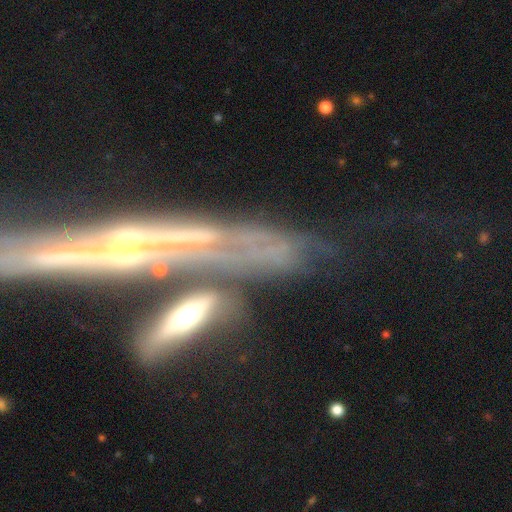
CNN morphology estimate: This is likely a featured or disk galaxy (76%). It is likely viewed edge-on (76%). Edge-on bulge: likely rounded (77%). Merging: marginally none (37%).